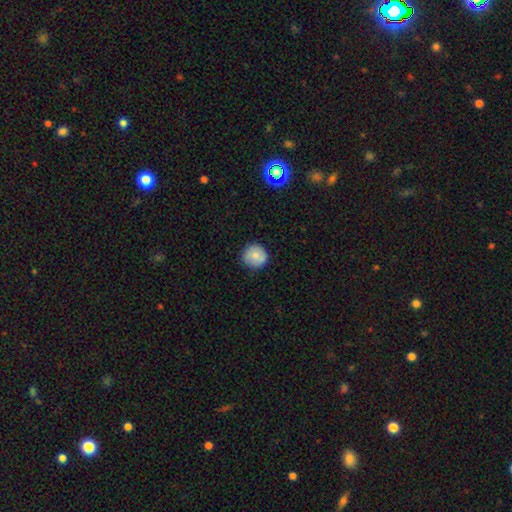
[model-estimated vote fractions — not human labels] Smooth or featured? smooth (79%)
How rounded? round (94%)
Merging? none (86%)